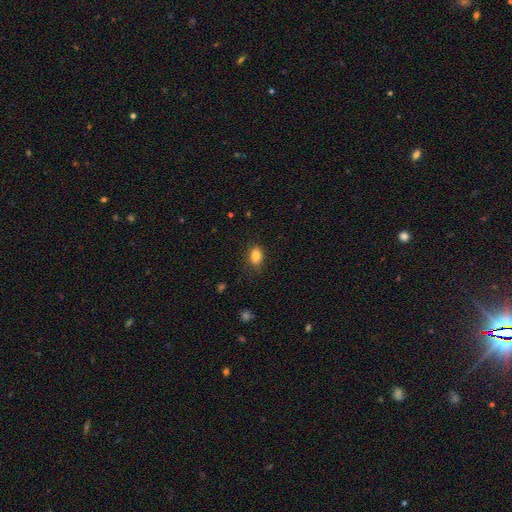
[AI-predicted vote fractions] A smooth galaxy with no disk features (85%) that is in between round and cigar-shaped (78%).

Vote fractions:
- Smooth or featured? smooth: 85% / star or artifact: 9% / featured or disk: 6%
- How rounded? in between: 78% / round: 20% / cigar-shaped: 1%
- Merging? none: 81% / minor disturbance: 15% / major disturbance: 3% / merger: 1%